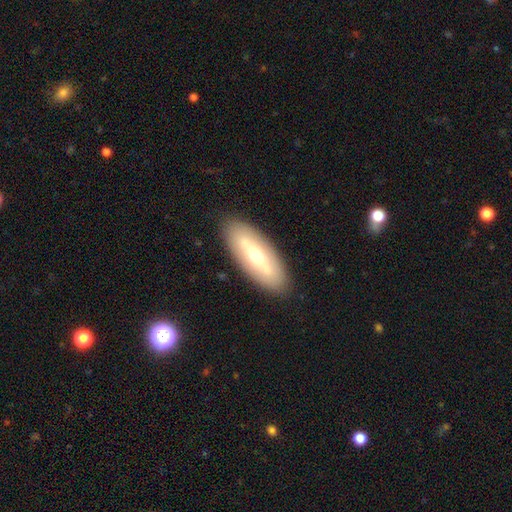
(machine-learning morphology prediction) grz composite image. It shows a smooth galaxy with no disk features (48%). Merging: none (87%).